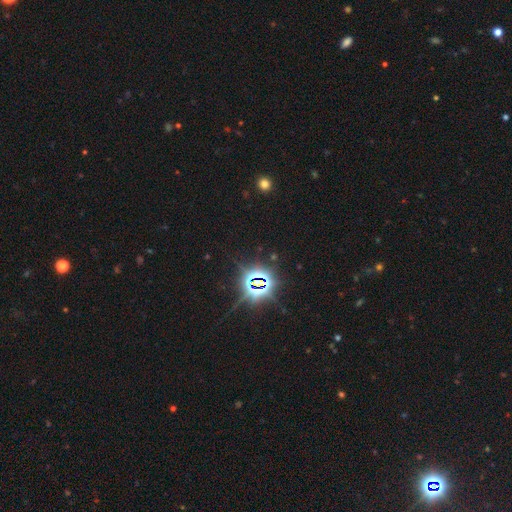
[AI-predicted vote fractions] This is clearly a star or artifact rather than a galaxy (82%).